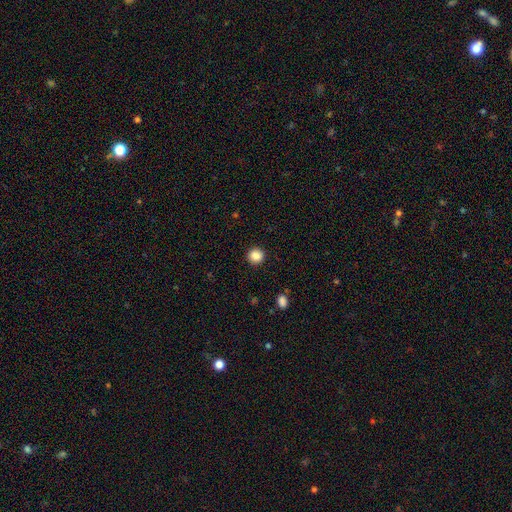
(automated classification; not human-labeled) smooth_or_featured: smooth (p=0.87) [alt: star or artifact p=0.10]
how_rounded: round (p=0.94) [alt: in between p=0.06]
merging: none (p=0.92) [alt: minor disturbance p=0.05]